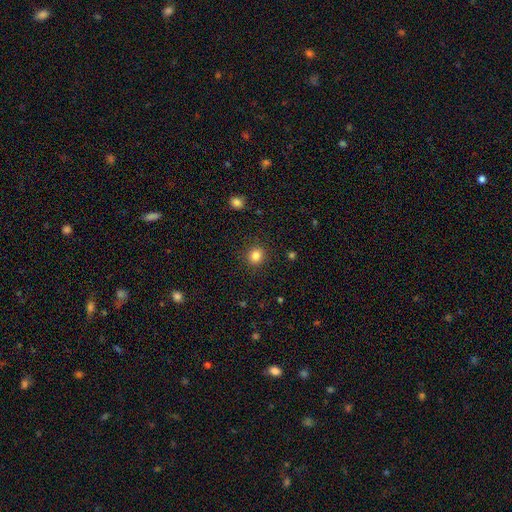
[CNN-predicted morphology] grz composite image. It shows a smooth galaxy with no disk features (83%) that is round (87%). Merging: none (90%).